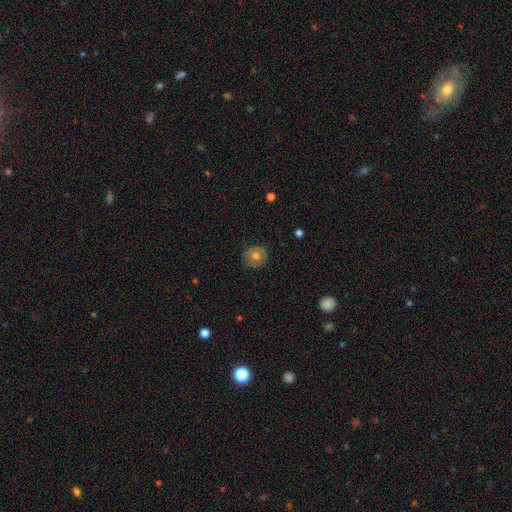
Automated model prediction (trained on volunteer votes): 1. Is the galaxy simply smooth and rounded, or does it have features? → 57% smooth, 34% featured or disk, 9% star or artifact.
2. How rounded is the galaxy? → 84% round, 15% in between, 1% cigar-shaped.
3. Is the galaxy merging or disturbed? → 81% none, 14% minor disturbance, 4% major disturbance, 1% merger.